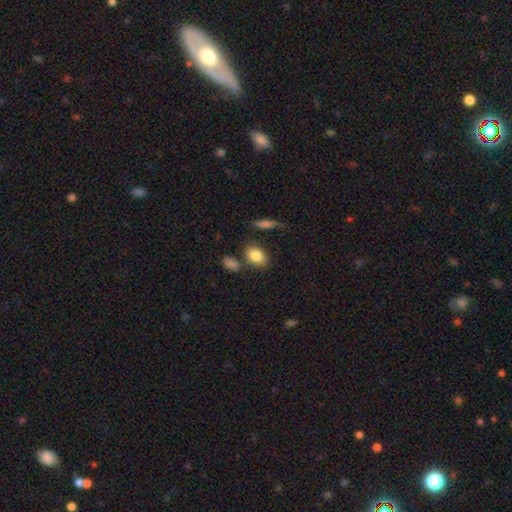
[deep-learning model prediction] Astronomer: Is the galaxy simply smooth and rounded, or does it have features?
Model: smooth — 84%.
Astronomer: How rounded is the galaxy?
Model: in between — 78%.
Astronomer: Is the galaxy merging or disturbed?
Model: none — 73%.